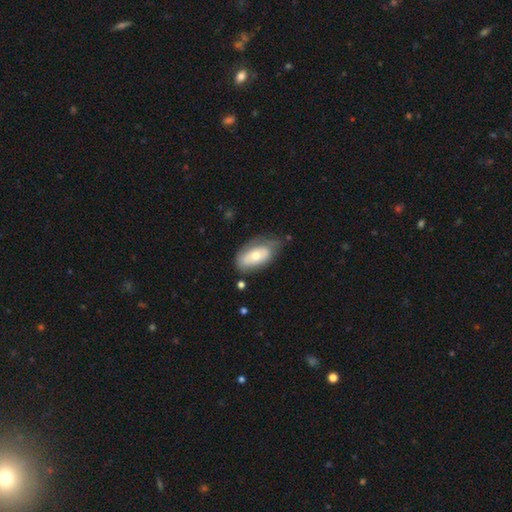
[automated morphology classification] This is possibly a smooth galaxy (57%). How rounded: clearly in between (92%). Merging: possibly none (52%).